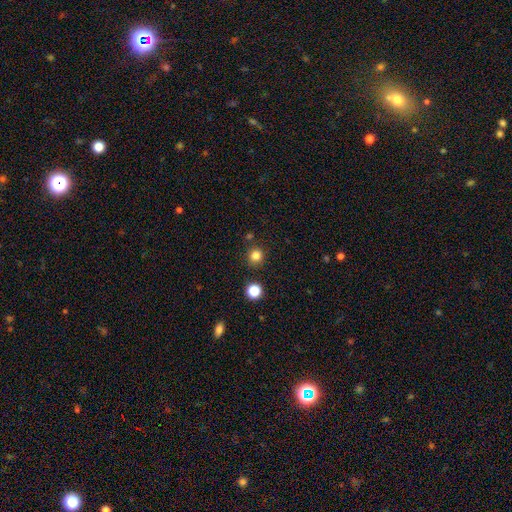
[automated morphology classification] Smooth or featured? smooth (82%)
How rounded? round (92%)
Merging? none (86%)